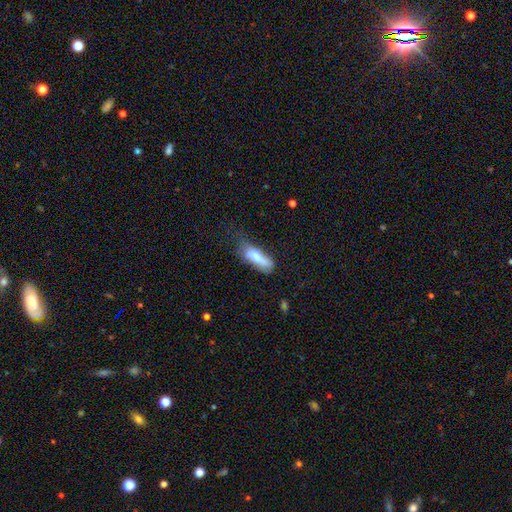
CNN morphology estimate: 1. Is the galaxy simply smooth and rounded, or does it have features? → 69% smooth, 24% featured or disk, 7% star or artifact.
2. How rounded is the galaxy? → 52% in between, 46% cigar-shaped, 2% round.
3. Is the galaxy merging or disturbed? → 39% none, 35% minor disturbance, 22% major disturbance, 5% merger.